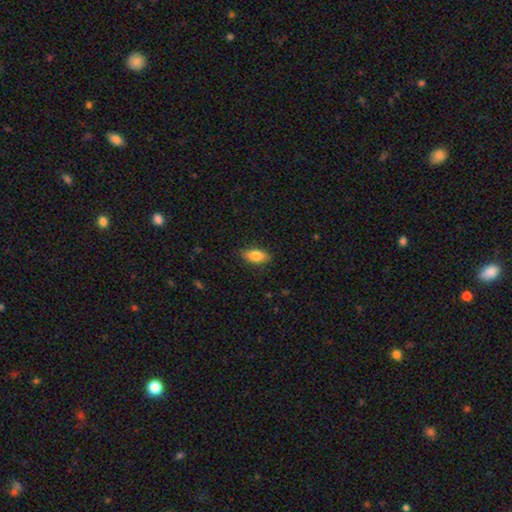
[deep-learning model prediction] smooth 78%, featured or disk 14%, star or artifact 7%. Down the decision tree: how rounded — in between (82%); merging — none (84%).